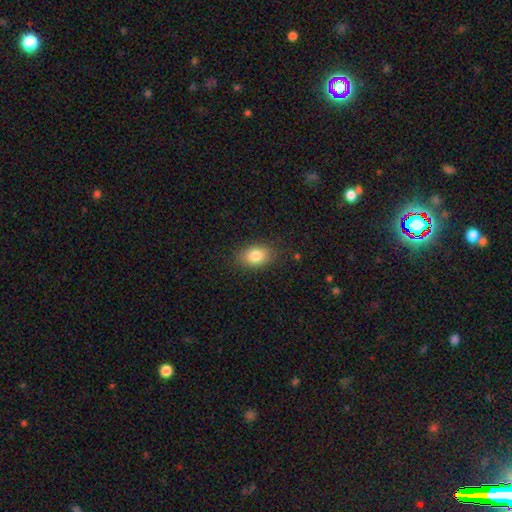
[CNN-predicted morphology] type=smooth (83%); roundness=in between (81%); merging=none (85%).